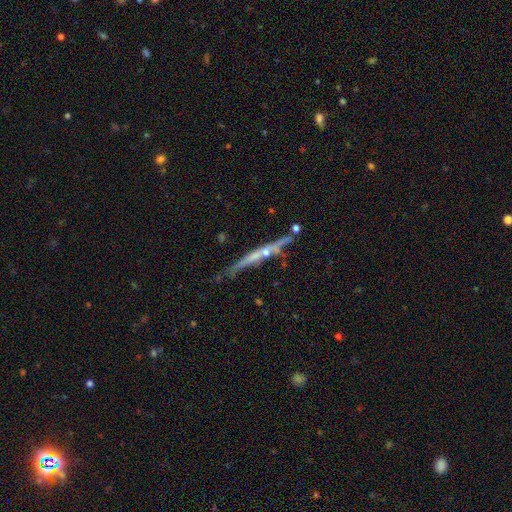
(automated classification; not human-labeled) Overall: featured or disk (69%). Edge-on disk: yes (95%). Edge-on bulge: rounded (55%; none 36%). Merging: none (80%).